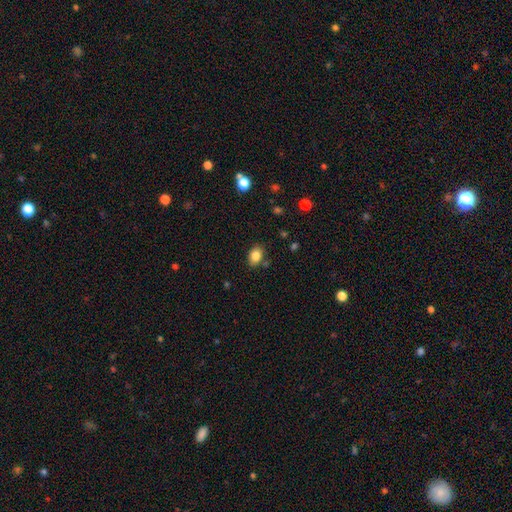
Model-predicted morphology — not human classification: Smooth or featured?
  - smooth: 85% *
  - star or artifact: 9%
  - featured or disk: 6%
How rounded?
  - in between: 76% *
  - round: 23%
  - cigar-shaped: 1%
Merging?
  - none: 79% *
  - minor disturbance: 13%
  - merger: 5%
  - major disturbance: 3%